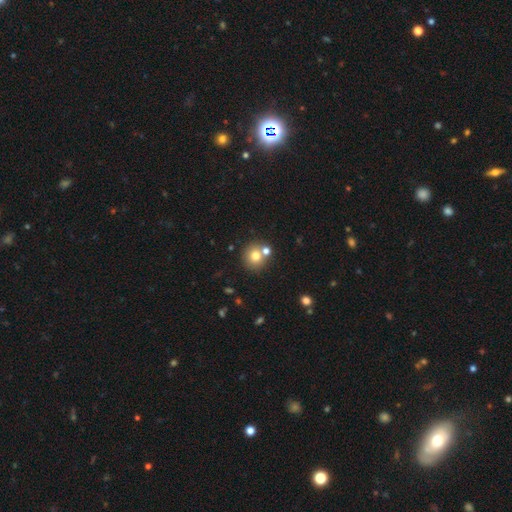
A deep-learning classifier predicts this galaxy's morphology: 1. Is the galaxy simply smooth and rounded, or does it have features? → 76% smooth, 13% featured or disk, 12% star or artifact.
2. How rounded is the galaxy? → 90% round, 9% in between, 1% cigar-shaped.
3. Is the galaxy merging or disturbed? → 67% none, 22% merger, 8% minor disturbance, 3% major disturbance.